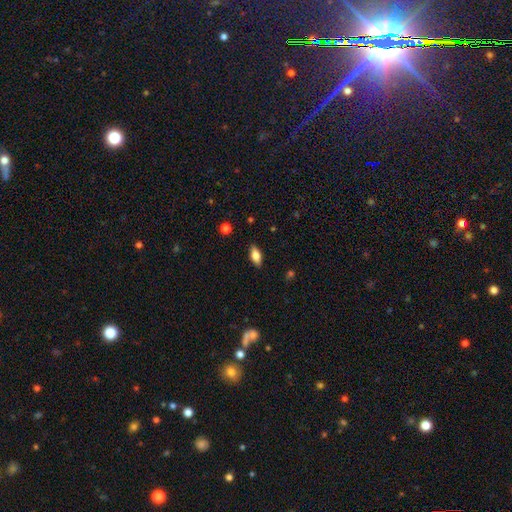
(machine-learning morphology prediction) smooth 73%, featured or disk 20%, star or artifact 7%. Down the decision tree: how rounded — in between (84%); merging — none (87%).